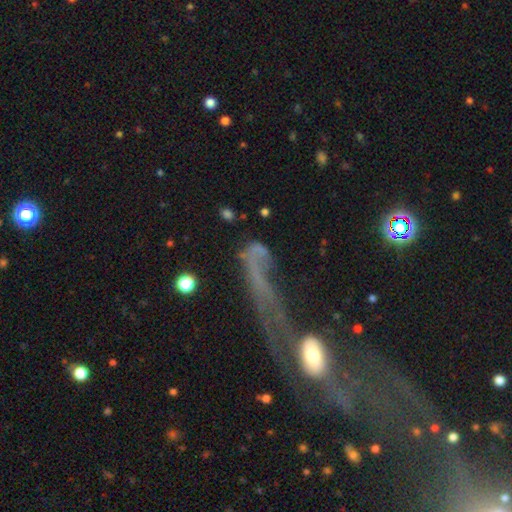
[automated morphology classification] smooth 42%, featured or disk 37%, star or artifact 21%. Down the decision tree: merging — major disturbance (39%).